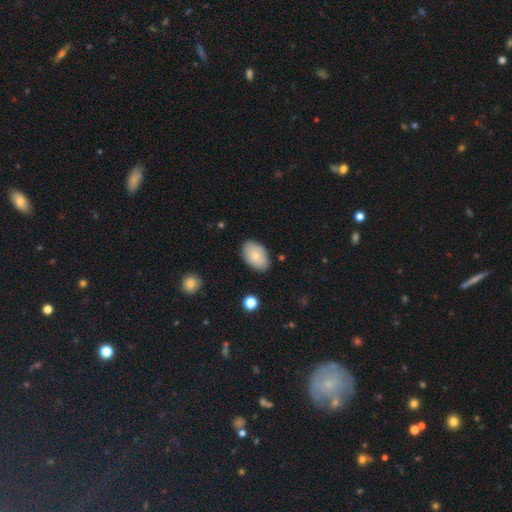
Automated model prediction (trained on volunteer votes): A smooth galaxy with no disk features (75%) that is in between round and cigar-shaped (91%). Merging: none (82%).